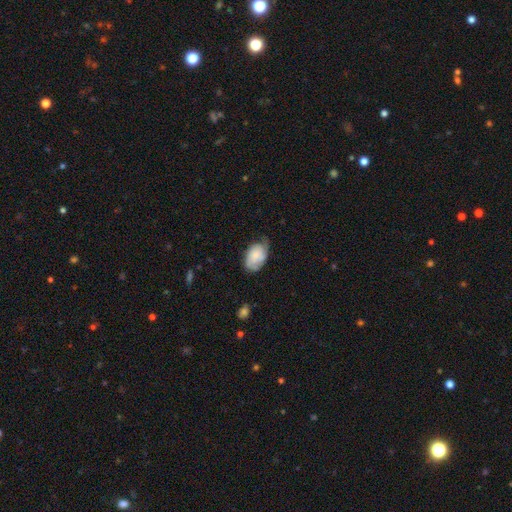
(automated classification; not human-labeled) The model was most divided on "merging": none: 48%, minor disturbance: 39%, major disturbance: 11%, merger: 2%. More confident: how rounded — in between (88%); smooth or featured — smooth (63%).